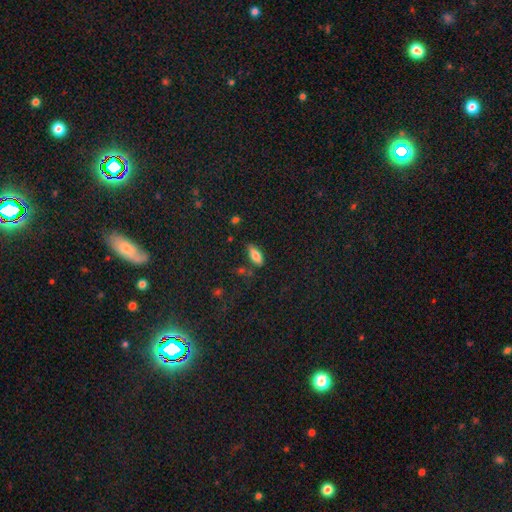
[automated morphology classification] Smooth or featured?
  - smooth: 75% *
  - featured or disk: 17%
  - star or artifact: 8%
How rounded?
  - in between: 76% *
  - cigar-shaped: 21%
  - round: 3%
Merging?
  - none: 77% *
  - minor disturbance: 16%
  - merger: 4%
  - major disturbance: 4%